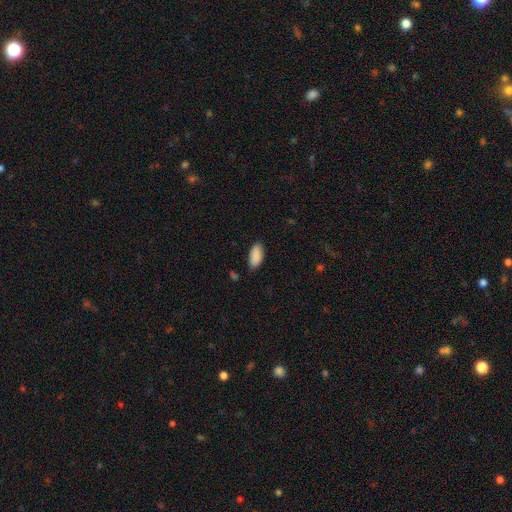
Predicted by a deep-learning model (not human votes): smooth_or_featured: smooth (p=0.90) [alt: star or artifact p=0.07]
how_rounded: in between (p=0.93) [alt: cigar-shaped p=0.05]
merging: none (p=0.82) [alt: minor disturbance p=0.14]